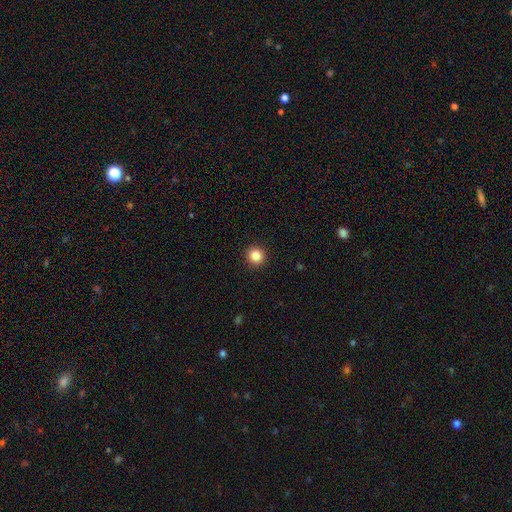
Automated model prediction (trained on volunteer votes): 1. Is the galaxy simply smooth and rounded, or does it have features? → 85% smooth, 11% star or artifact, 4% featured or disk.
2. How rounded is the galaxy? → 93% round, 6% in between, 1% cigar-shaped.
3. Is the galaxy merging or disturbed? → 93% none, 5% minor disturbance, 2% major disturbance, 1% merger.